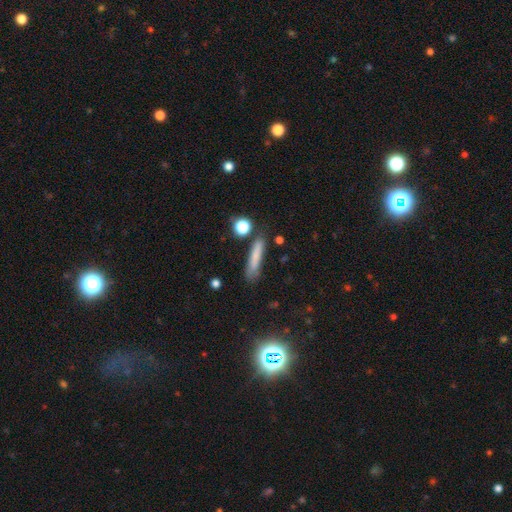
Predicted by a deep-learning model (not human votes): Morphology: type=smooth (76%); roundness=cigar-shaped (85%); merging=none (74%).